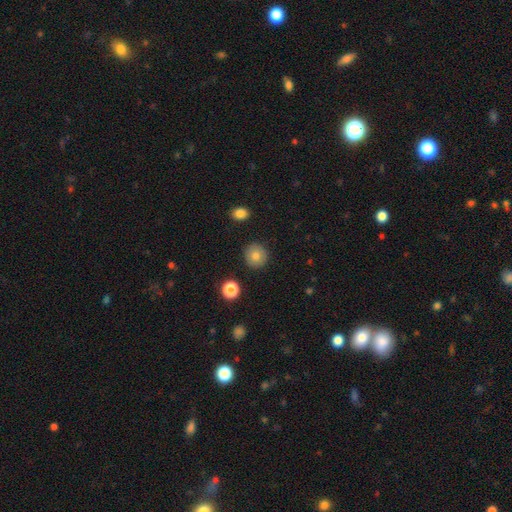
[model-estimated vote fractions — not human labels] The model was most divided on "smooth or featured": smooth: 80%, featured or disk: 11%, star or artifact: 9%. More confident: how rounded — round (90%); merging — none (89%).